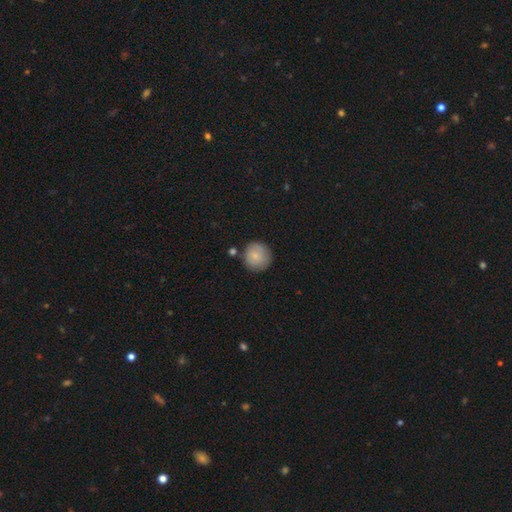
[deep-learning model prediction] Morphology: type=smooth (83%); roundness=round (93%); merging=none (79%).